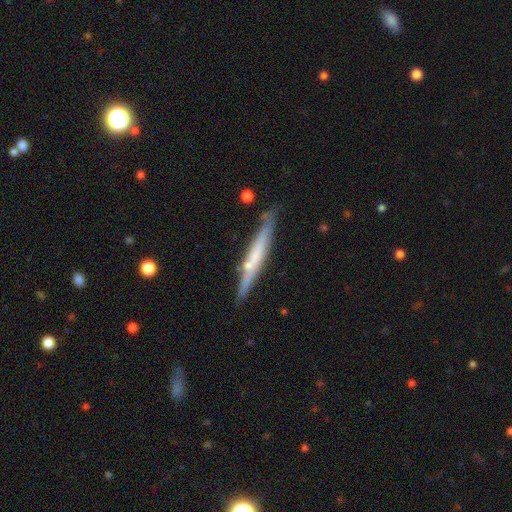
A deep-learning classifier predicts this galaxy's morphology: featured or disk 58%, smooth 36%, star or artifact 7%. Down the decision tree: edge-on disk — yes (94%); edge-on bulge — none (56%); merging — none (81%).